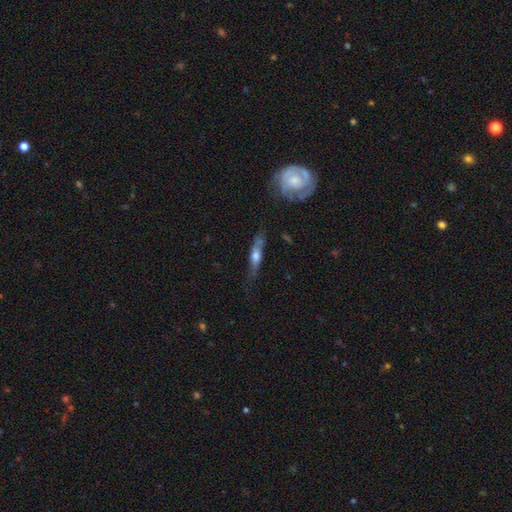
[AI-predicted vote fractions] A smooth galaxy with no disk features (47%). Merging: none (59%).